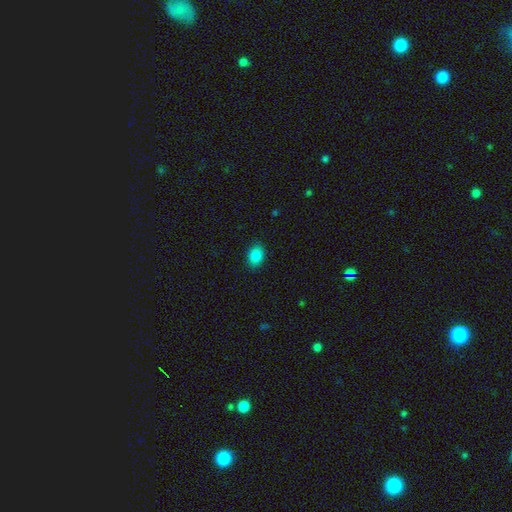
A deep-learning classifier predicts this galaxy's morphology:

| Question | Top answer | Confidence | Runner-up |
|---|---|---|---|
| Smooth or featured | smooth | 87% | star or artifact (9%) |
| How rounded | in between | 74% | round (24%) |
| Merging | none | 88% | minor disturbance (8%) |